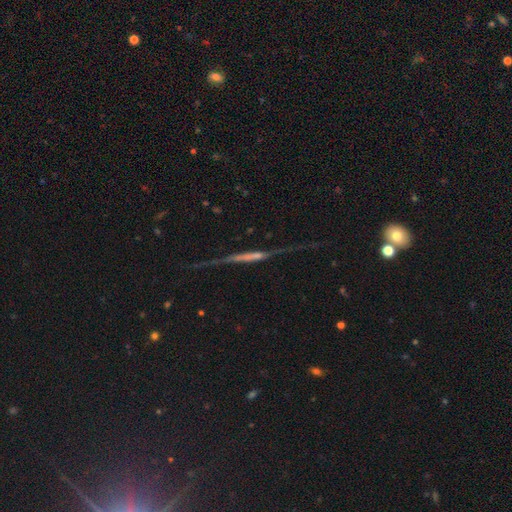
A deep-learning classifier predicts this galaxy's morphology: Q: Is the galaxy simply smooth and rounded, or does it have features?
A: star or artifact — 40%, tied with featured or disk.